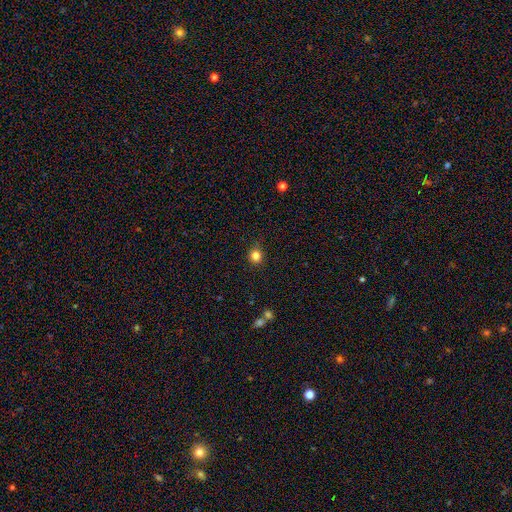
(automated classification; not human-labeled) A smooth galaxy with no disk features (82%) that is round (85%).

Vote fractions:
- Smooth or featured? smooth: 82% / star or artifact: 13% / featured or disk: 5%
- How rounded? round: 85% / in between: 14% / cigar-shaped: 1%
- Merging? none: 86% / minor disturbance: 10% / major disturbance: 2% / merger: 2%